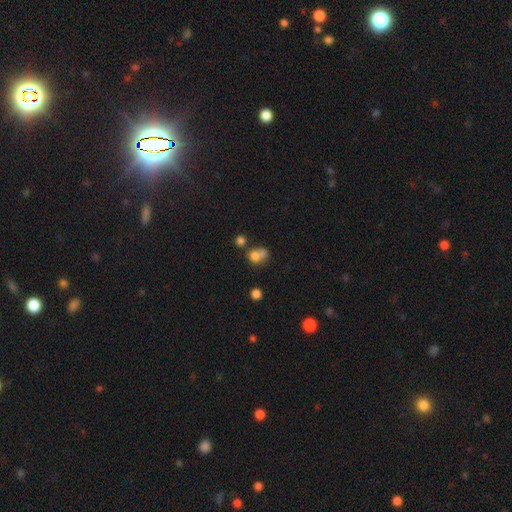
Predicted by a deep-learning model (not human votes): Morphology: type=smooth (73%); roundness=round (64%); merging=merger (52%).